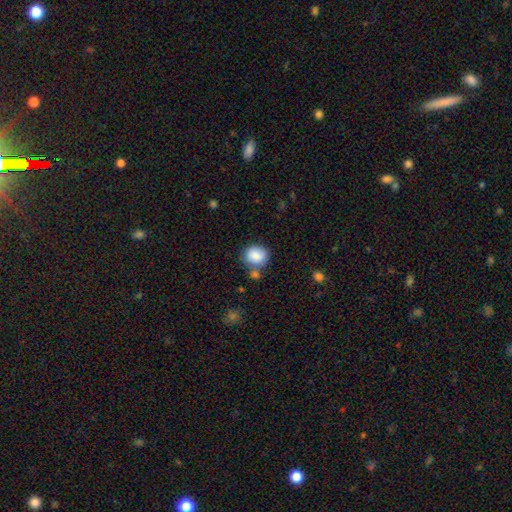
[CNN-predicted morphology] Q: Smooth or featured?
A: smooth (85%); runner-up: star or artifact (8%)
Q: How rounded?
A: round (70%); runner-up: in between (29%)
Q: Merging?
A: none (65%); runner-up: minor disturbance (16%)